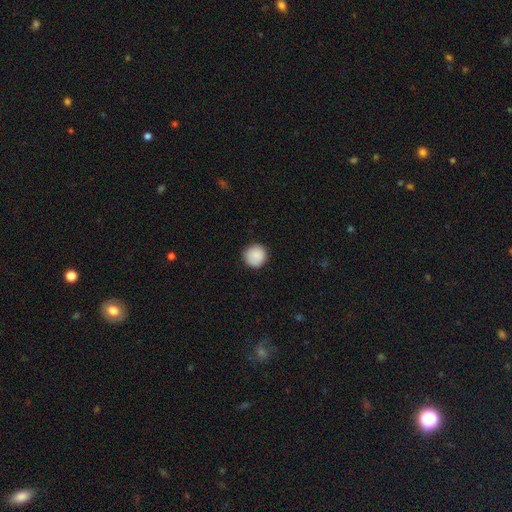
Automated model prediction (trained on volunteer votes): smooth_or_featured: smooth (p=0.88) [alt: star or artifact p=0.07]
how_rounded: round (p=0.95) [alt: in between p=0.04]
merging: none (p=0.89) [alt: minor disturbance p=0.08]